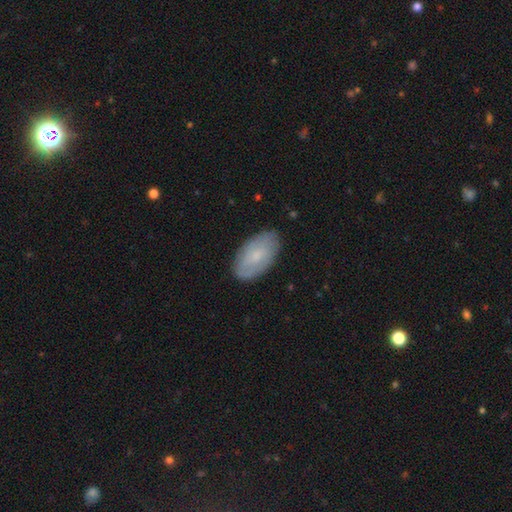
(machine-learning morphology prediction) This appears to be a smooth galaxy with no disk features (65%) that is in between round and cigar-shaped (95%). Merging: none (83%).